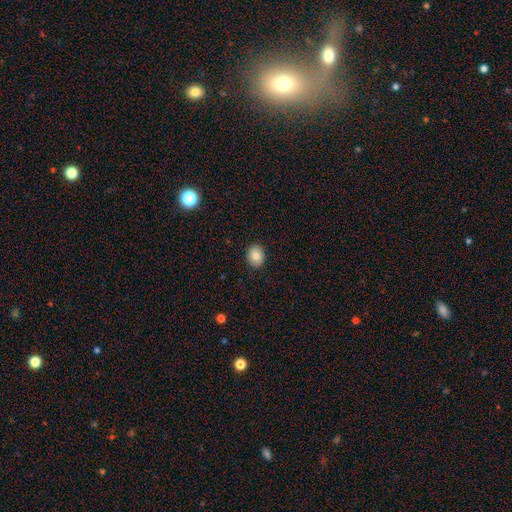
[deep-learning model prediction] Smooth or featured? smooth (82%)
How rounded? round (59%)
Merging? none (90%)